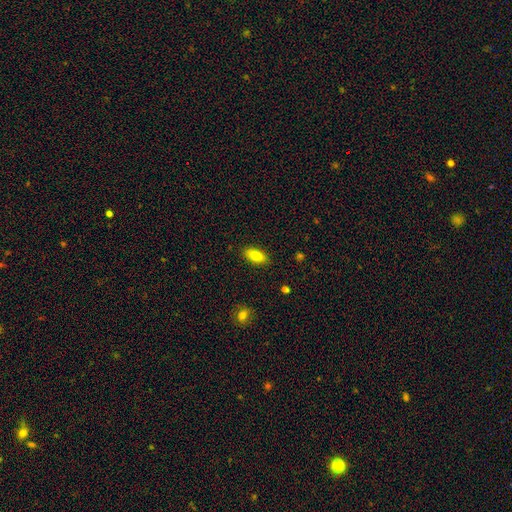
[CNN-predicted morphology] Overall: smooth (83%). How rounded: in between (87%). Merging: none (88%).